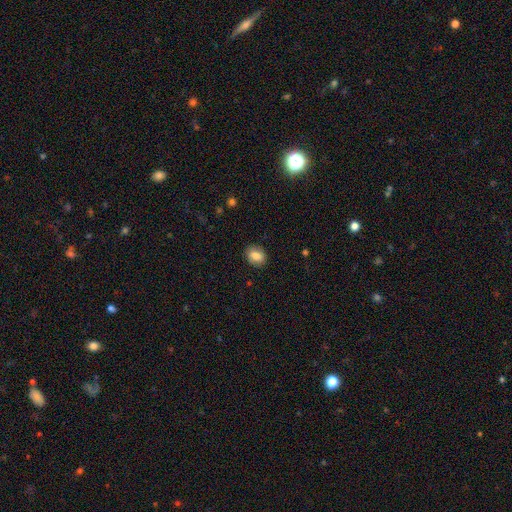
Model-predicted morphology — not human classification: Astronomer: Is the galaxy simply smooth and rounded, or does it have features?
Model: smooth — 78%.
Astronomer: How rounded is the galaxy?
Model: in between — 57% (runner-up: round, 41%).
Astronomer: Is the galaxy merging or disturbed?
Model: none — 86%.